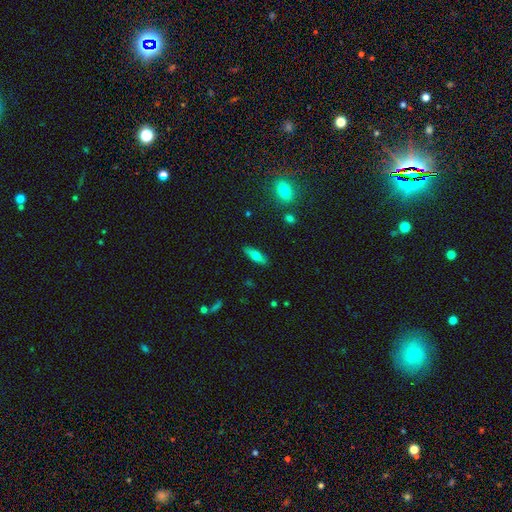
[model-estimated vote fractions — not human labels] Smooth or featured? Predicted: smooth (p=0.62). How rounded? Predicted: in between (p=0.53). Merging? Predicted: none (p=0.88).